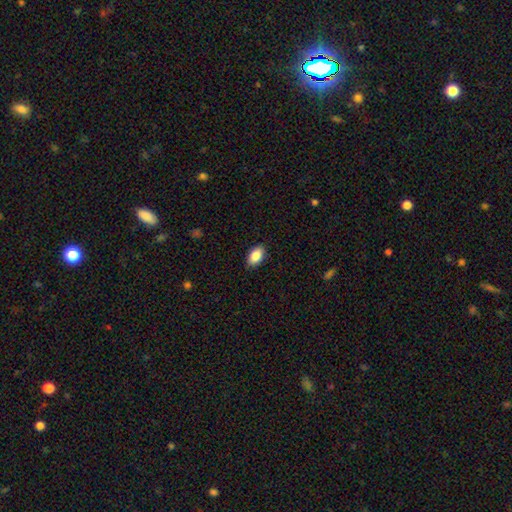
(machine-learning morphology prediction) Smooth or featured?
  - smooth: 88% *
  - star or artifact: 7%
  - featured or disk: 5%
How rounded?
  - in between: 92% *
  - round: 6%
  - cigar-shaped: 2%
Merging?
  - none: 88% *
  - minor disturbance: 9%
  - major disturbance: 2%
  - merger: 1%